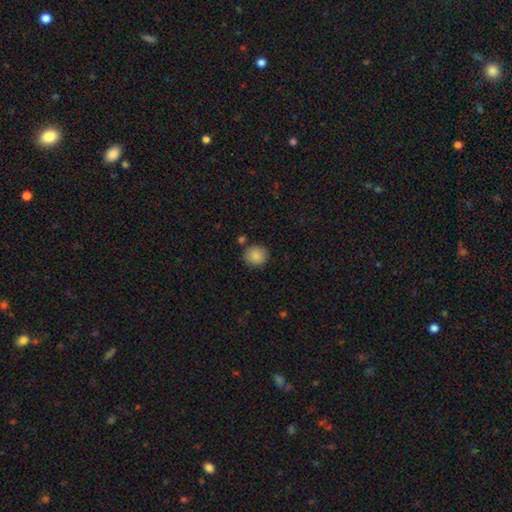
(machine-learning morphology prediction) Smooth or featured?
  - smooth: 88% *
  - star or artifact: 8%
  - featured or disk: 4%
How rounded?
  - round: 88% *
  - in between: 11%
  - cigar-shaped: 1%
Merging?
  - none: 84% *
  - minor disturbance: 9%
  - merger: 4%
  - major disturbance: 2%